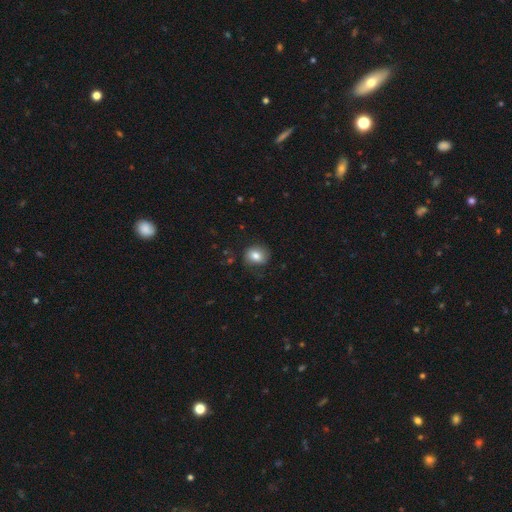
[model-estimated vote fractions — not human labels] smooth-or-featured: smooth: 79% | featured or disk: 12% | star or artifact: 9%
  how-rounded: round: 64% | in between: 35% | cigar-shaped: 1%
  merging: none: 77% | minor disturbance: 16% | major disturbance: 6% | merger: 1%